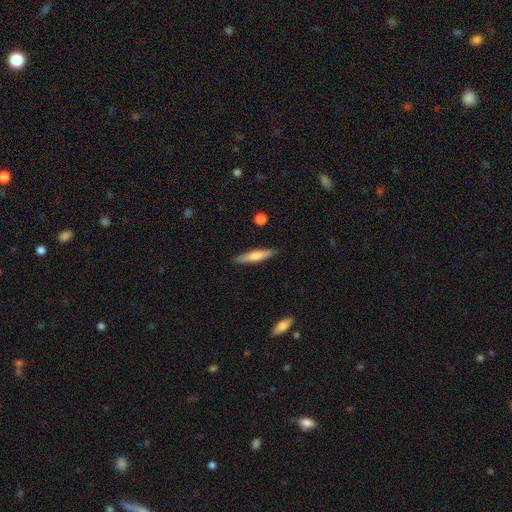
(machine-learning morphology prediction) The model was most divided on "smooth or featured": smooth: 60%, featured or disk: 35%, star or artifact: 6%. More confident: merging — none (89%); how rounded — cigar-shaped (84%).